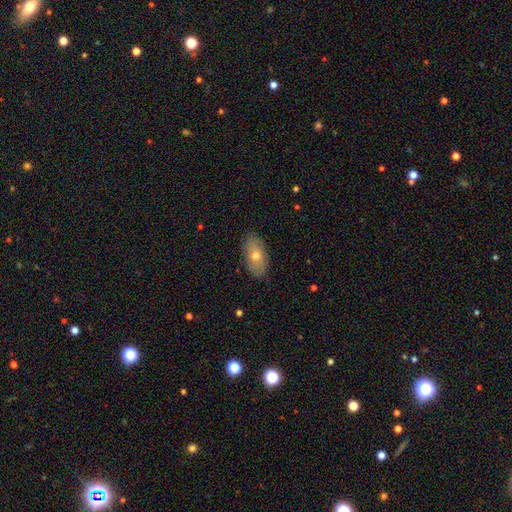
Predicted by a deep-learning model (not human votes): smooth 62%, featured or disk 30%, star or artifact 8%. Down the decision tree: how rounded — in between (91%); merging — none (85%).